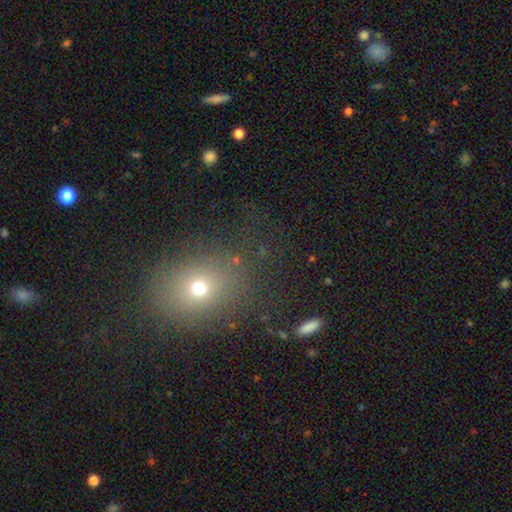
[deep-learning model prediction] This appears to be a smooth galaxy with no disk features (60%) that is round (56%). Merging: none (76%).